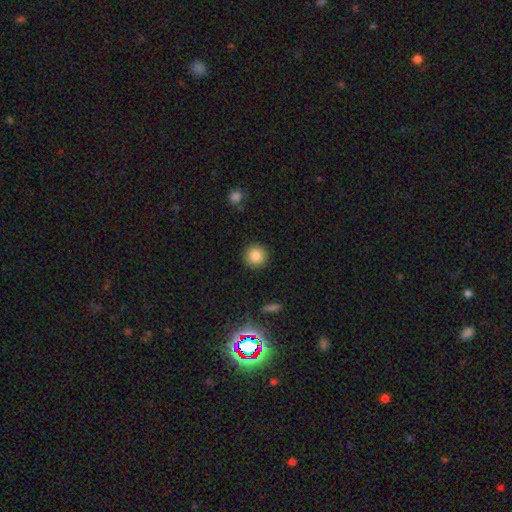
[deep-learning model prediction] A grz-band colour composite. It shows a smooth galaxy with no disk features (85%) that is round (93%). Merging: none (91%).